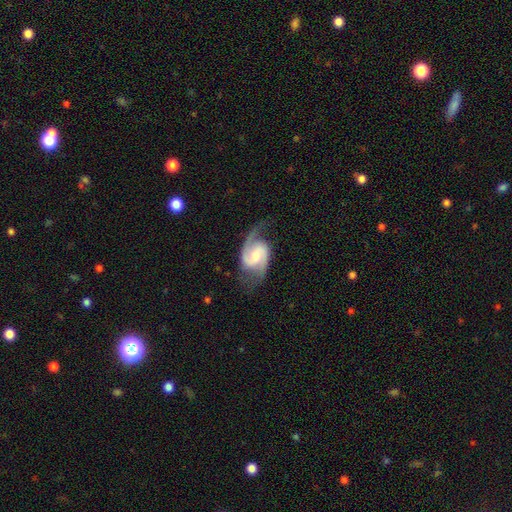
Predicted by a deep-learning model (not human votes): The model was most divided on "bulge size": moderate: 49%, small: 36%, large: 7%, none: 7%, dominant: 1%. More confident: spiral arms — yes (97%); edge-on disk — no (97%); spiral arm count — 2 (91%); smooth or featured — featured or disk (88%); merging — none (69%); spiral winding — medium (53%); bar — weak (50%).